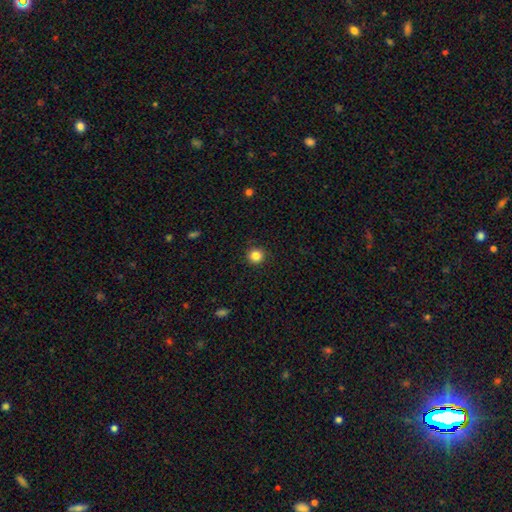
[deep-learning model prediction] Overall: smooth (85%). How rounded: round (95%). Merging: none (92%).